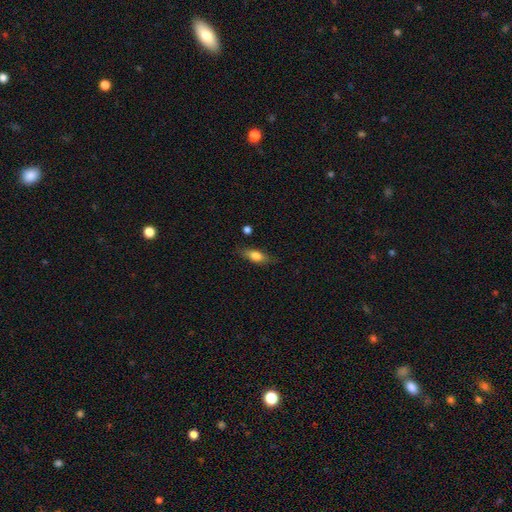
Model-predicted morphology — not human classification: Overall: smooth (70%). How rounded: in between (65%; cigar-shaped 30%). Merging: none (80%).